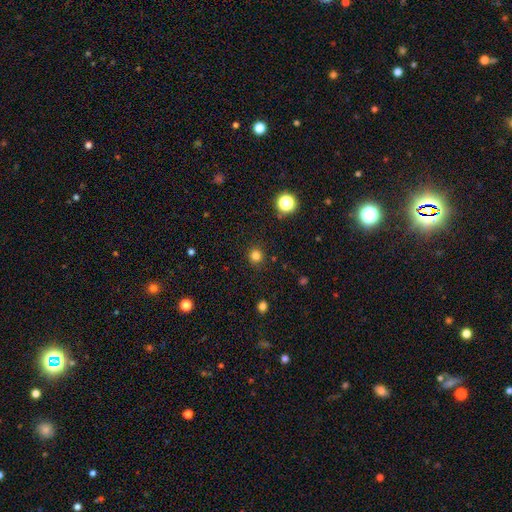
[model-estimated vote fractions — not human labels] Smooth or featured: smooth — 80% (star or artifact — 16%)
How rounded: round — 93% (in between — 6%)
Merging: none — 90% (minor disturbance — 7%)